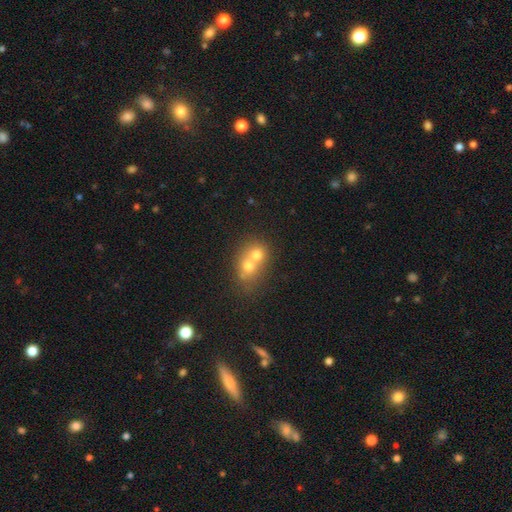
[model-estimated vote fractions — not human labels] A smooth galaxy with no disk features (59%) that is round (69%). Merging: merger (66%).